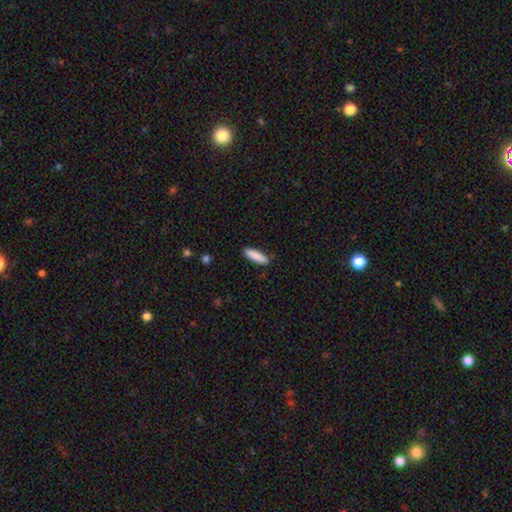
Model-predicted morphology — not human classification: This appears to be a smooth galaxy with no disk features (88%) that is cigar-shaped (65%). Merging: none (88%).